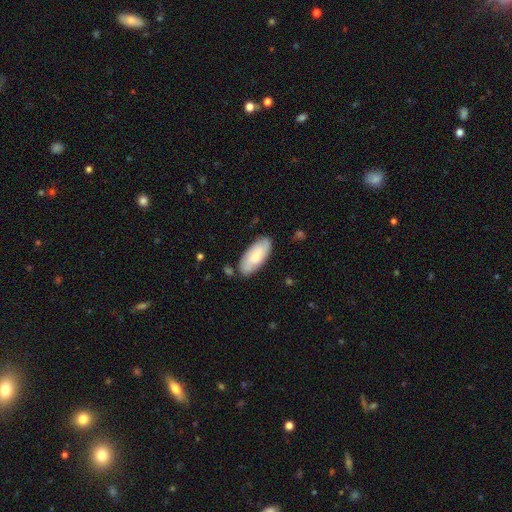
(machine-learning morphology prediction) The model was most divided on "smooth or featured": smooth: 70%, featured or disk: 25%, star or artifact: 5%. More confident: how rounded — in between (88%); merging — none (82%).